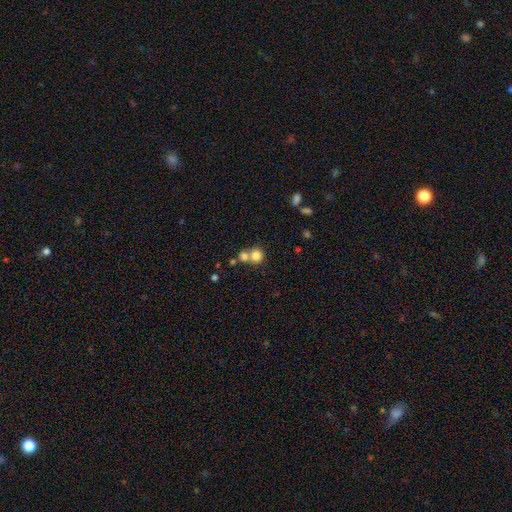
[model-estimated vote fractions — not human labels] Q: Smooth or featured?
A: smooth (80%); runner-up: star or artifact (11%)
Q: How rounded?
A: round (88%); runner-up: in between (11%)
Q: Merging?
A: none (46%); runner-up: merger (44%)